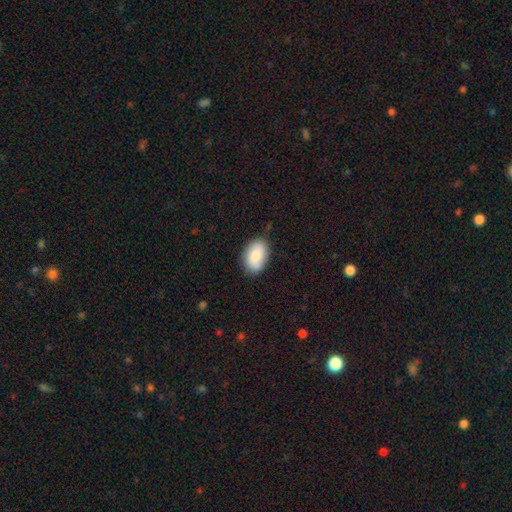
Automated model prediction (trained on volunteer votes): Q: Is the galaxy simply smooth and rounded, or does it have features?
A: smooth — 80%.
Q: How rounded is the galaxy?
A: in between — 89%.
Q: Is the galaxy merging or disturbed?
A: none — 76%.